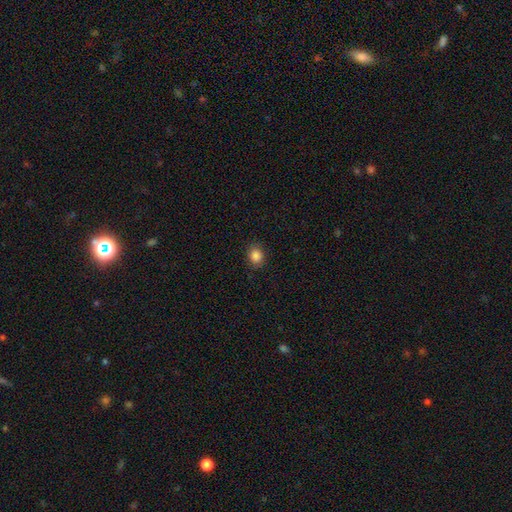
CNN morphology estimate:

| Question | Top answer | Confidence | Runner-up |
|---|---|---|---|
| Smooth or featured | smooth | 86% | star or artifact (10%) |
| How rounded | round | 63% | in between (36%) |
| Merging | none | 87% | minor disturbance (9%) |